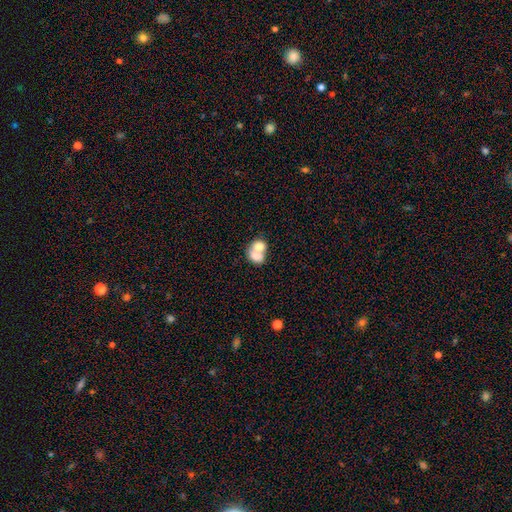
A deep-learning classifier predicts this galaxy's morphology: Smooth or featured? Predicted: smooth (p=0.70). How rounded? Predicted: in between (p=0.57). Merging? Predicted: merger (p=0.71).